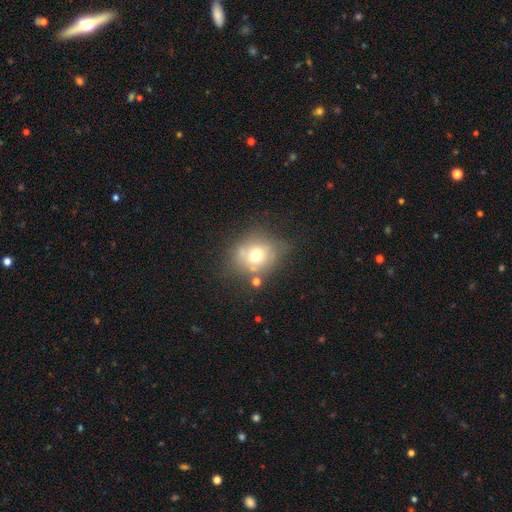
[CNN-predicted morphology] Q: Smooth or featured?
A: smooth (62%); runner-up: featured or disk (25%)
Q: How rounded?
A: round (75%); runner-up: in between (24%)
Q: Merging?
A: none (54%); runner-up: minor disturbance (23%)